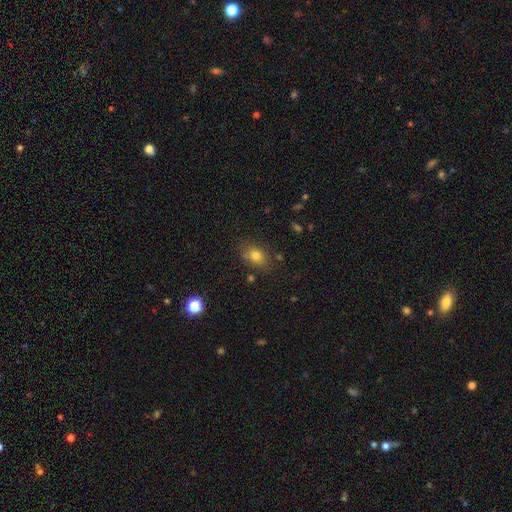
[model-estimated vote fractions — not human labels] smooth 78%, star or artifact 13%, featured or disk 9%. Down the decision tree: how rounded — in between (66%); merging — none (74%).